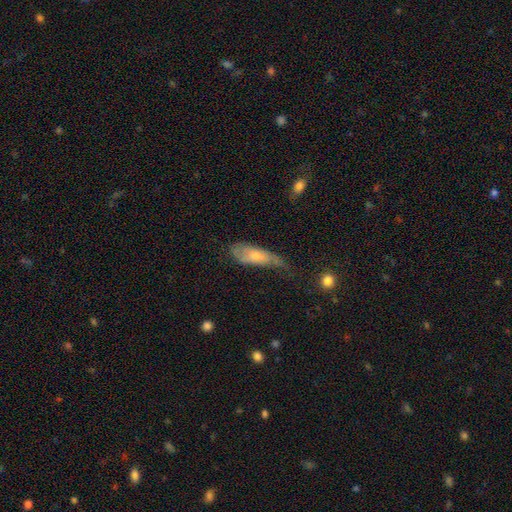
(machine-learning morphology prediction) smooth-or-featured: smooth: 58% | featured or disk: 35% | star or artifact: 8%
  how-rounded: in between: 56% | cigar-shaped: 42% | round: 2%
  merging: minor disturbance: 39% | none: 33% | major disturbance: 25% | merger: 3%